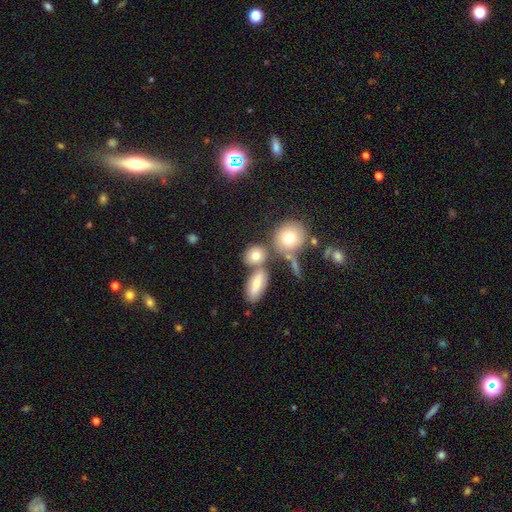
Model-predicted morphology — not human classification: Q: Smooth or featured?
A: smooth (74%); runner-up: featured or disk (14%)
Q: How rounded?
A: round (70%); runner-up: in between (28%)
Q: Merging?
A: none (59%); runner-up: merger (26%)